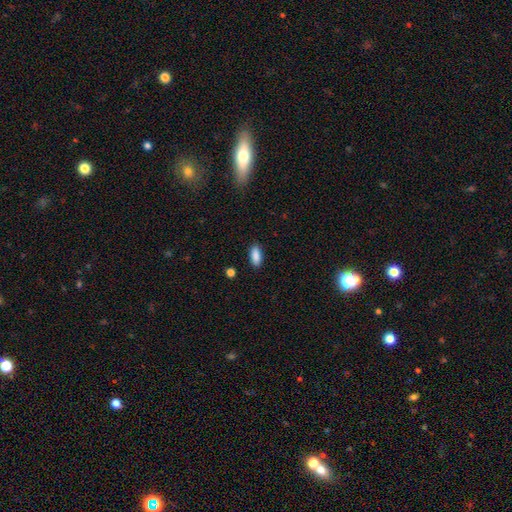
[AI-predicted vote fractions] A smooth galaxy with no disk features (88%) that is in between round and cigar-shaped (80%).

Vote fractions:
- Smooth or featured? smooth: 88% / star or artifact: 7% / featured or disk: 4%
- How rounded? in between: 80% / cigar-shaped: 18% / round: 2%
- Merging? none: 87% / minor disturbance: 9% / major disturbance: 2% / merger: 1%